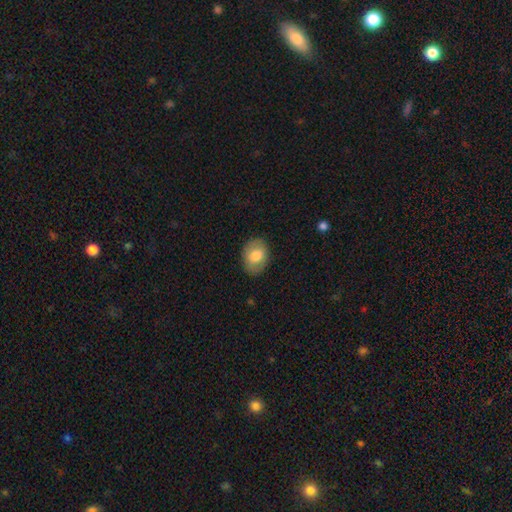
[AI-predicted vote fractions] Q: Smooth or featured?
A: smooth (73%); runner-up: featured or disk (20%)
Q: How rounded?
A: in between (68%); runner-up: round (31%)
Q: Merging?
A: none (85%); runner-up: minor disturbance (11%)